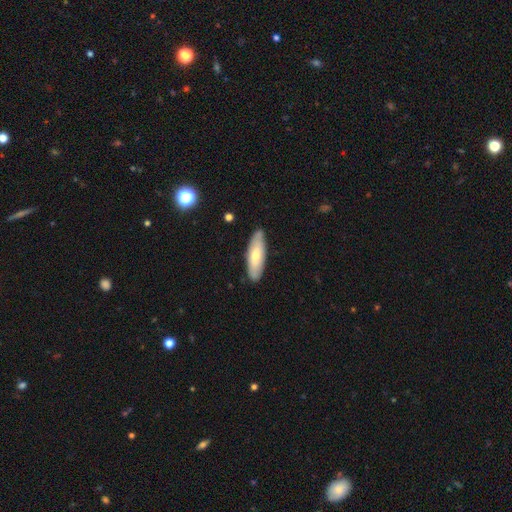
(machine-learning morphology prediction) type=smooth (62%); roundness=in between (56%); merging=none (85%).